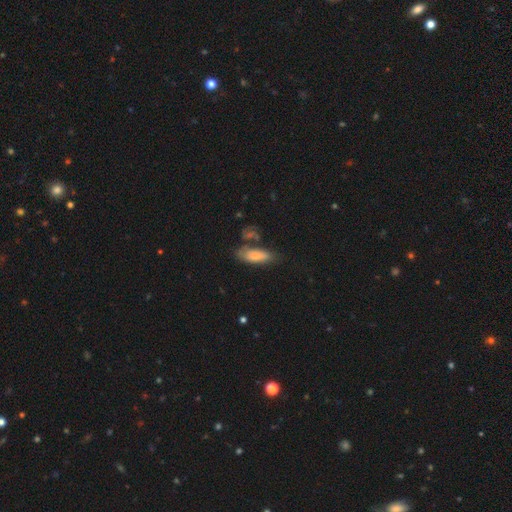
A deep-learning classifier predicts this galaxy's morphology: This appears to be a smooth galaxy with no disk features (78%) that is in between round and cigar-shaped (65%). Merging: none (54%).